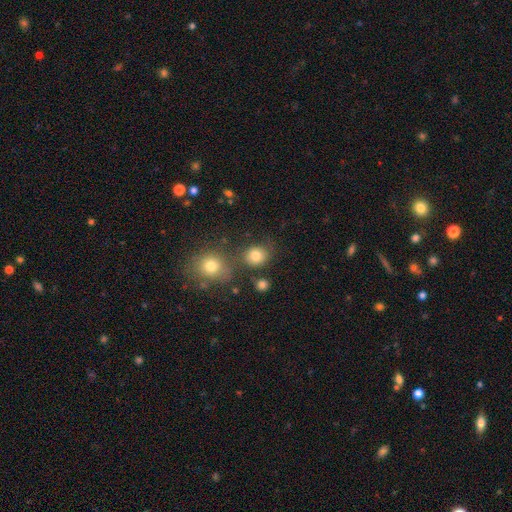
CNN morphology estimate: Smooth or featured: smooth — 80% (star or artifact — 13%)
How rounded: round — 76% (in between — 23%)
Merging: none — 69% (minor disturbance — 14%)